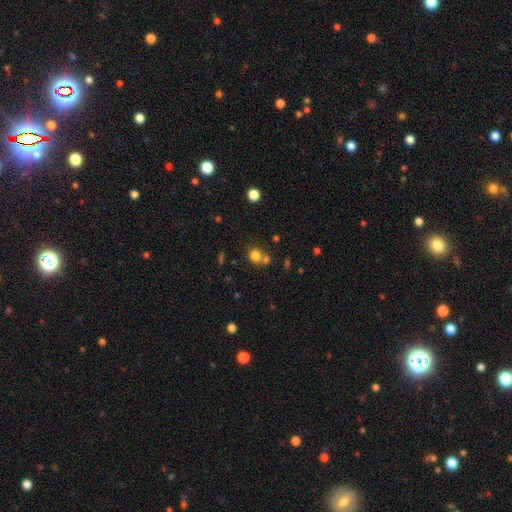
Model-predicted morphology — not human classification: Q: Smooth or featured?
A: smooth (78%); runner-up: star or artifact (14%)
Q: How rounded?
A: round (84%); runner-up: in between (15%)
Q: Merging?
A: none (58%); runner-up: merger (30%)